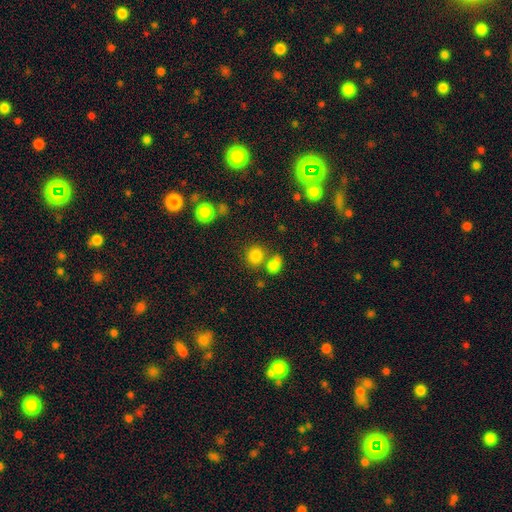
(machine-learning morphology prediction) Smooth or featured?
  - smooth: 81% *
  - star or artifact: 13%
  - featured or disk: 7%
How rounded?
  - round: 78% *
  - in between: 21%
  - cigar-shaped: 1%
Merging?
  - none: 61% *
  - merger: 26%
  - minor disturbance: 9%
  - major disturbance: 4%